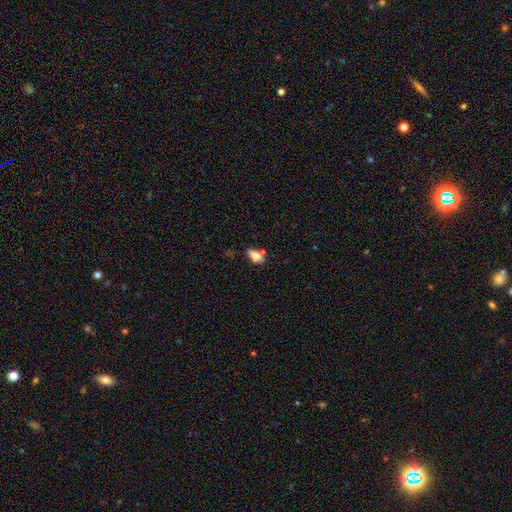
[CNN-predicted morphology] smooth-or-featured: smooth: 78% | featured or disk: 13% | star or artifact: 9%
  how-rounded: in between: 87% | cigar-shaped: 8% | round: 5%
  merging: none: 59% | minor disturbance: 21% | merger: 14% | major disturbance: 5%